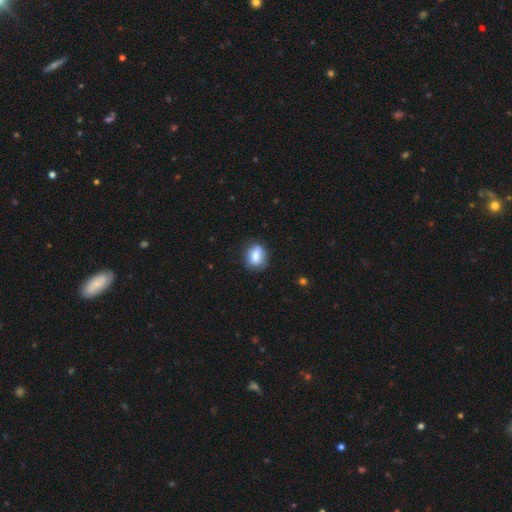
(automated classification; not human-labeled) smooth_or_featured: smooth (p=0.75) [alt: featured or disk p=0.17]
how_rounded: in between (p=0.50) [alt: round p=0.48]
merging: none (p=0.76) [alt: minor disturbance p=0.18]